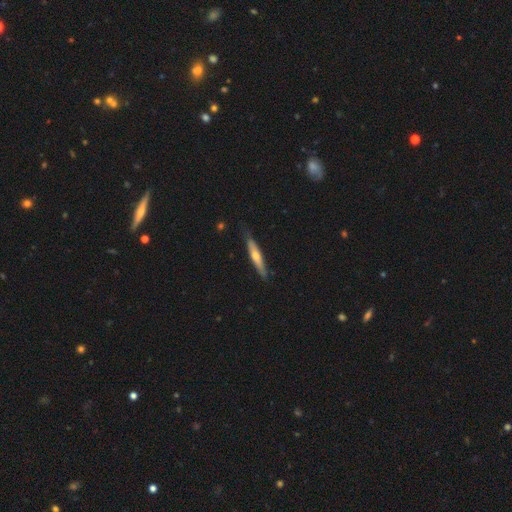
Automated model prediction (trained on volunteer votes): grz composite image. It shows a smooth galaxy with no disk features (50%) that is cigar-shaped (89%). Merging: none (79%).